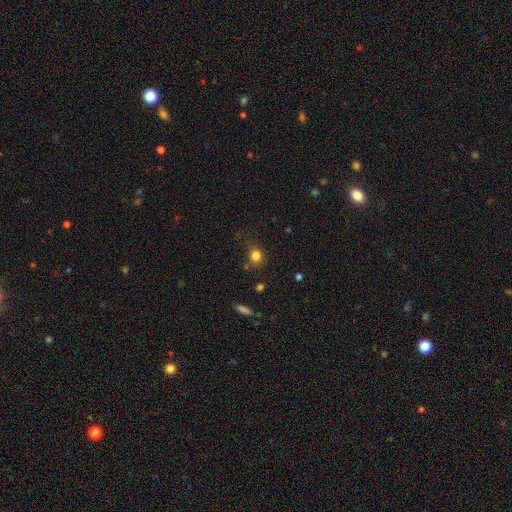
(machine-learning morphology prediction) Smooth or featured?
  - smooth: 82% *
  - star or artifact: 13%
  - featured or disk: 6%
How rounded?
  - round: 71% *
  - in between: 27%
  - cigar-shaped: 1%
Merging?
  - none: 69% *
  - minor disturbance: 19%
  - major disturbance: 7%
  - merger: 5%